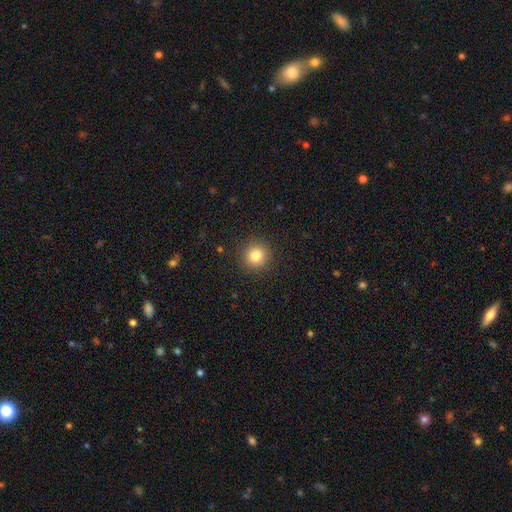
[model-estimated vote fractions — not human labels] smooth-or-featured: smooth: 82% | star or artifact: 12% | featured or disk: 6%
  how-rounded: round: 94% | in between: 5% | cigar-shaped: 1%
  merging: none: 92% | minor disturbance: 5% | major disturbance: 2% | merger: 1%